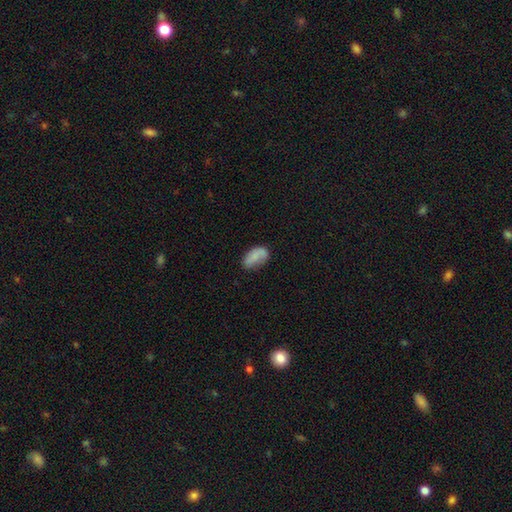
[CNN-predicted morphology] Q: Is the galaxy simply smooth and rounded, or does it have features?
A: smooth — 74%.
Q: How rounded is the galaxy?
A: in between — 92%.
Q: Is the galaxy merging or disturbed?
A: none — 55%.